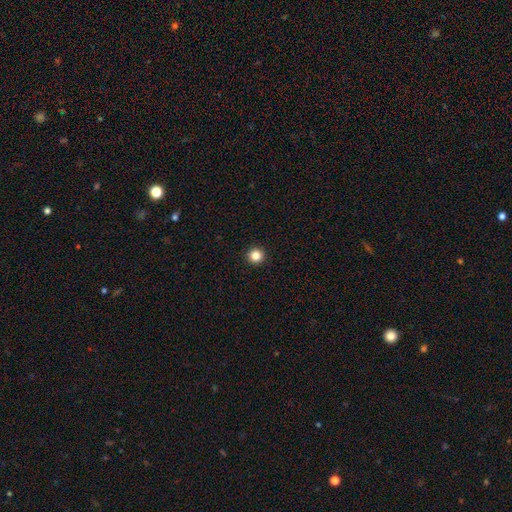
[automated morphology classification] A smooth galaxy with no disk features (85%) that is round (96%). Merging: none (94%).